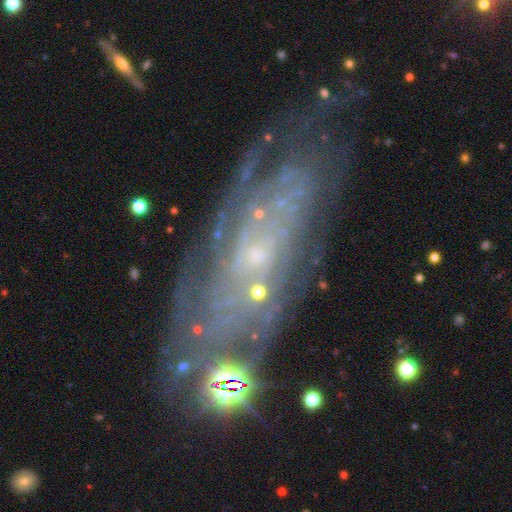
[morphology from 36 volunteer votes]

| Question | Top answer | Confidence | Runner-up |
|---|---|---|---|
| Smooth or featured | featured or disk | 86% | smooth (11%) |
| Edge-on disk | no | 90% | yes (10%) |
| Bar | no | 86% | weak (11%) |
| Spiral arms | yes | 86% | no (14%) |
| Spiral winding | tight | 67% | medium (21%) |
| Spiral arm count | can't tell | 67% | more than 4 (12%) |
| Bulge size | small | 79% | moderate (11%) |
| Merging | none | 71% | minor disturbance (11%) |